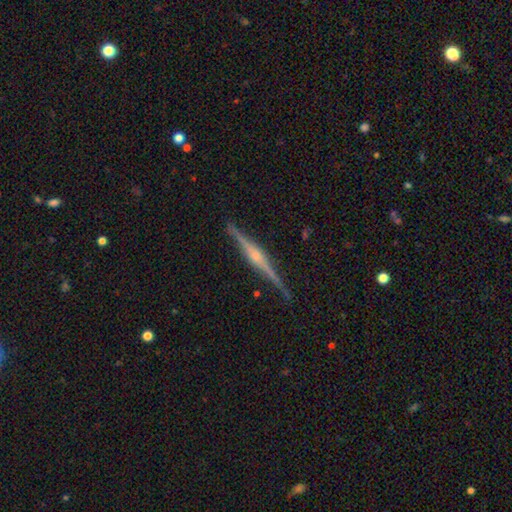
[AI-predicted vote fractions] Q: Smooth or featured?
A: featured or disk (85%); runner-up: smooth (9%)
Q: Edge-on disk?
A: yes (98%); runner-up: no (2%)
Q: Edge-on bulge?
A: rounded (76%); runner-up: boxy (16%)
Q: Merging?
A: none (90%); runner-up: minor disturbance (7%)